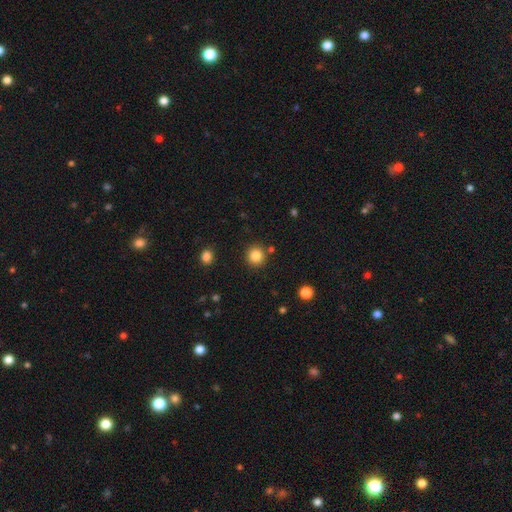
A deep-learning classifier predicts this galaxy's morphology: smooth-or-featured: smooth: 85% | star or artifact: 11% | featured or disk: 4%
  how-rounded: round: 93% | in between: 6% | cigar-shaped: 1%
  merging: none: 87% | minor disturbance: 7% | merger: 4% | major disturbance: 2%